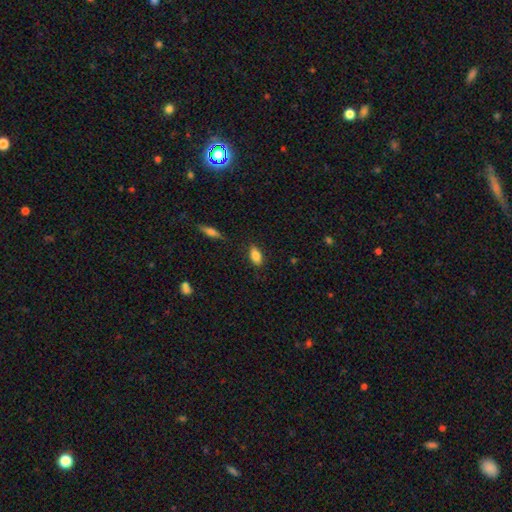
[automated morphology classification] The model was most divided on "merging": none: 84%, minor disturbance: 12%, major disturbance: 3%, merger: 2%. More confident: how rounded — in between (87%); smooth or featured — smooth (83%).